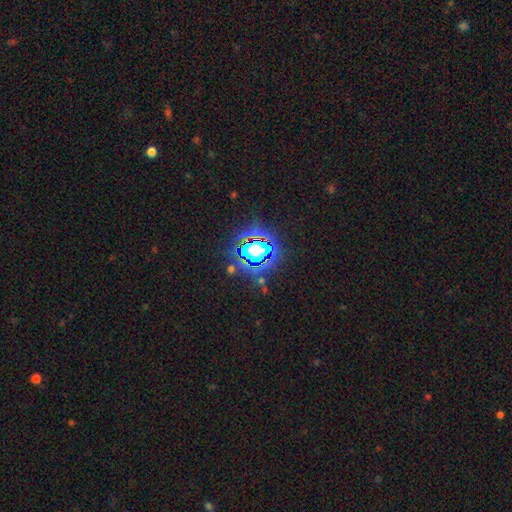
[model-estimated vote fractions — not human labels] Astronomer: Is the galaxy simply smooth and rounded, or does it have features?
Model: star or artifact — 65%.